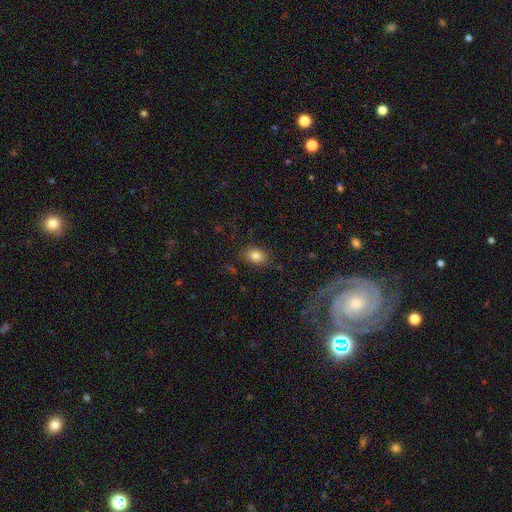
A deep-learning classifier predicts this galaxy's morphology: This is clearly a smooth galaxy (83%). How rounded: likely in between (74%). Merging: clearly none (84%).